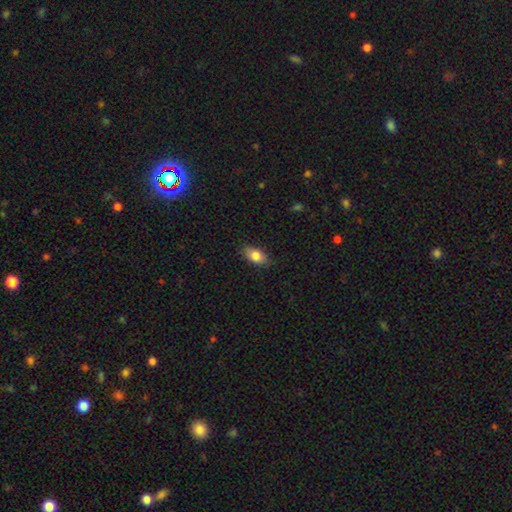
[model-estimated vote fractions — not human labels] Q: Smooth or featured?
A: smooth (82%); runner-up: featured or disk (11%)
Q: How rounded?
A: in between (89%); runner-up: round (6%)
Q: Merging?
A: none (85%); runner-up: minor disturbance (12%)